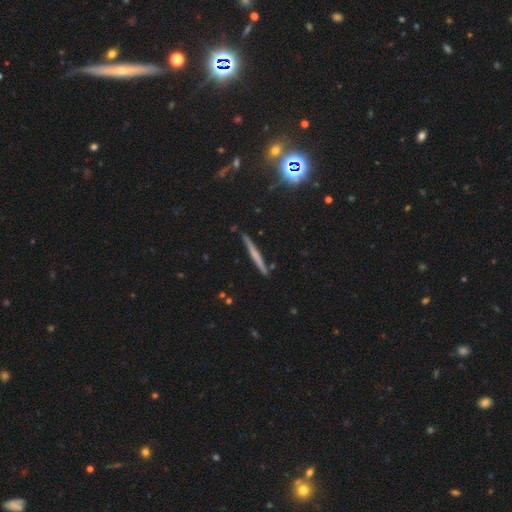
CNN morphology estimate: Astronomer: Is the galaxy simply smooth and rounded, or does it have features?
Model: featured or disk — 48% (runner-up: smooth, 42%).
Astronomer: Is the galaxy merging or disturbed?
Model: none — 90%.